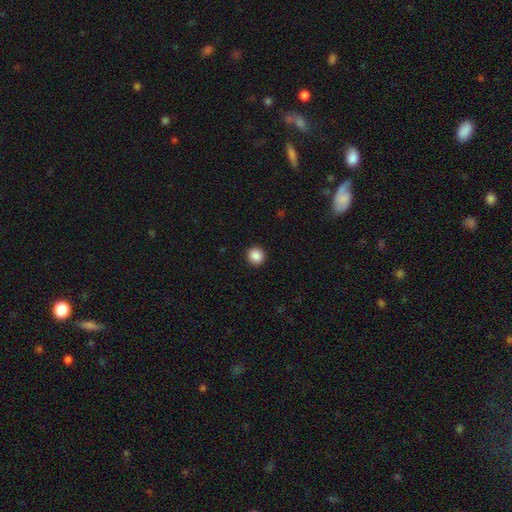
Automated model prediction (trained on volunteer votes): smooth-or-featured: smooth: 88% | star or artifact: 10% | featured or disk: 3%
  how-rounded: round: 94% | in between: 5% | cigar-shaped: 1%
  merging: none: 93% | minor disturbance: 4% | major disturbance: 2% | merger: 1%